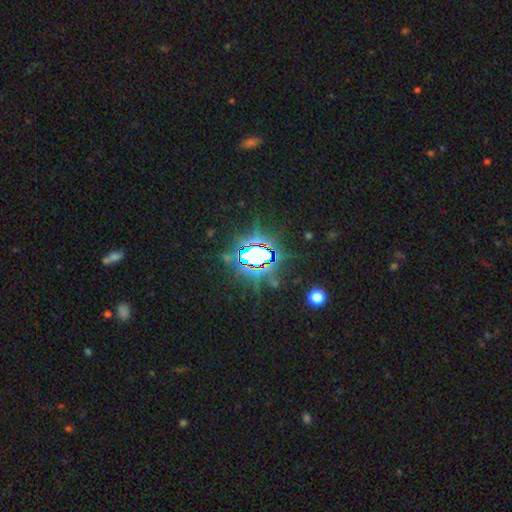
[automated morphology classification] smooth-or-featured: star or artifact: 79% | smooth: 11% | featured or disk: 10%